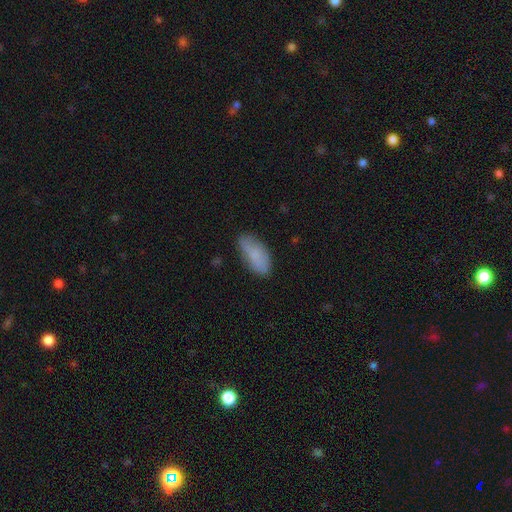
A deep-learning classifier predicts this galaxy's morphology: This is likely a smooth galaxy (78%). How rounded: clearly in between (88%). Merging: likely none (67%).